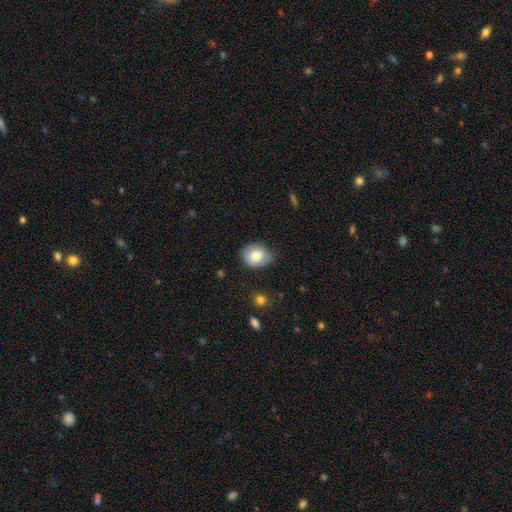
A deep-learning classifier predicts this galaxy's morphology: smooth 78%, featured or disk 14%, star or artifact 7%. Down the decision tree: how rounded — round (61%); merging — none (68%).